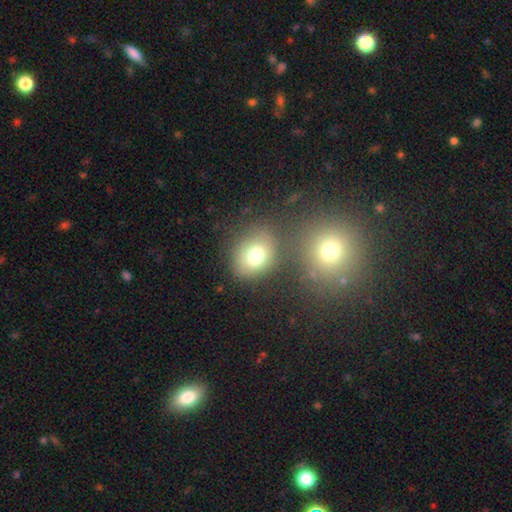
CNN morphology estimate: The model was most divided on "how rounded": round: 54%, in between: 45%, cigar-shaped: 1%. More confident: smooth or featured — smooth (74%); merging — none (69%).